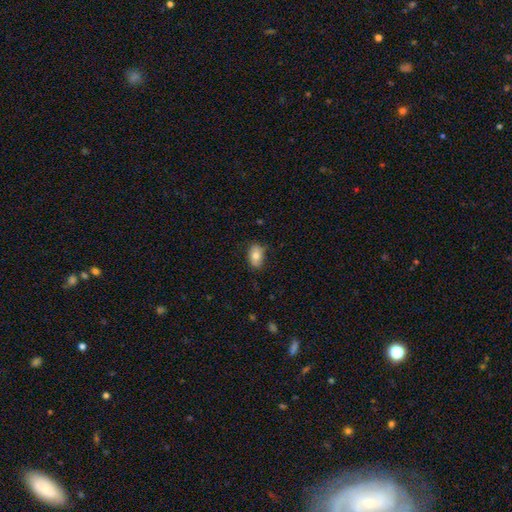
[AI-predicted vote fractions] Smooth or featured?
  - smooth: 78% *
  - featured or disk: 14%
  - star or artifact: 8%
How rounded?
  - in between: 87% *
  - round: 12%
  - cigar-shaped: 2%
Merging?
  - none: 78% *
  - minor disturbance: 18%
  - major disturbance: 3%
  - merger: 1%